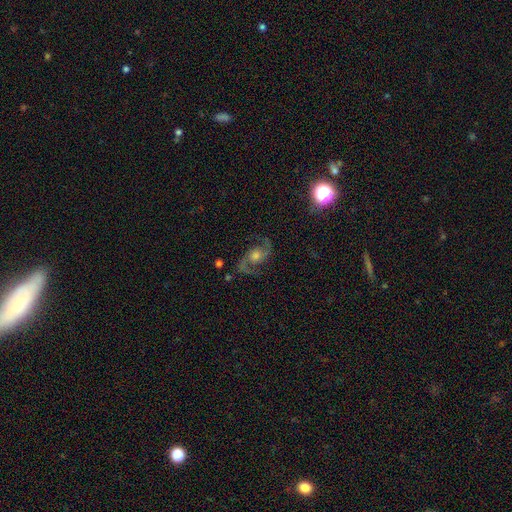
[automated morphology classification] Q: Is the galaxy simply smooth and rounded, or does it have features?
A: featured or disk — 87%.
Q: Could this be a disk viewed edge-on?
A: no — 97%.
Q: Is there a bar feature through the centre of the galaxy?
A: no — 64%.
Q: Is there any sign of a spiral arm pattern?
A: yes — 98%.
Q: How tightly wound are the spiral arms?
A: medium — 53%.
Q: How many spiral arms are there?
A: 2 — 94%.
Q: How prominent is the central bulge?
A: moderate — 60%.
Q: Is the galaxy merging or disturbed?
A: none — 80%.